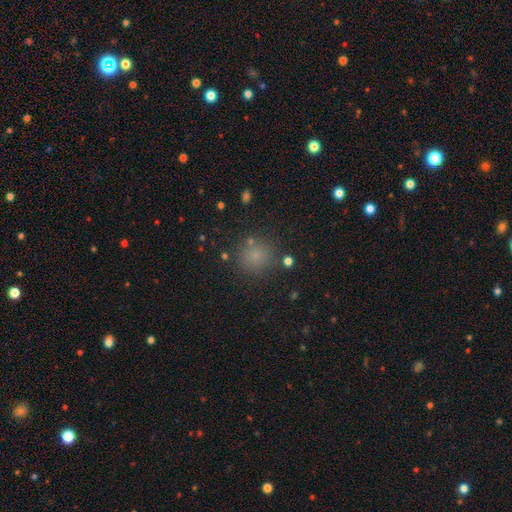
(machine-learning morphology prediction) Smooth or featured?
  - smooth: 74% *
  - star or artifact: 20%
  - featured or disk: 6%
How rounded?
  - round: 90% *
  - in between: 9%
  - cigar-shaped: 1%
Merging?
  - none: 84% *
  - minor disturbance: 9%
  - merger: 4%
  - major disturbance: 3%